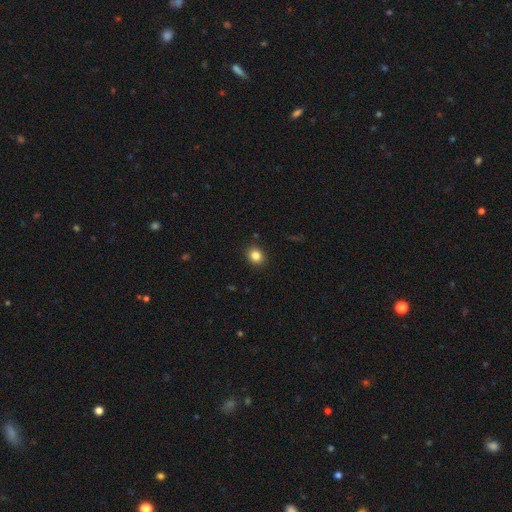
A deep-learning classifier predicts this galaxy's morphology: This appears to be a smooth galaxy with no disk features (84%) that is round (69%). Merging: none (90%).